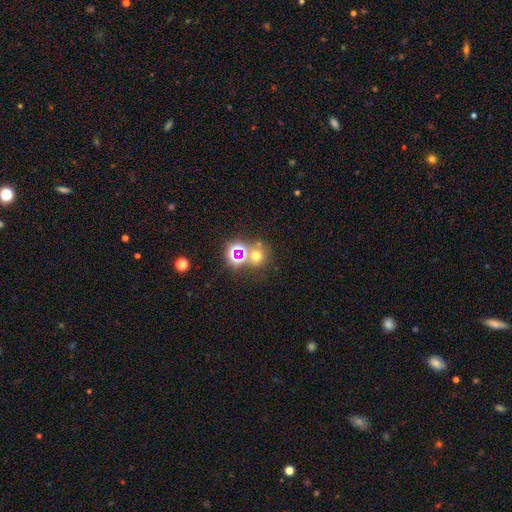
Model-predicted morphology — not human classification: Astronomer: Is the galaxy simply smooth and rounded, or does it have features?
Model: smooth — 56% (runner-up: star or artifact, 34%).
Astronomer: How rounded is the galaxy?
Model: round — 85%.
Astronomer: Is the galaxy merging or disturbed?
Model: none — 63%.